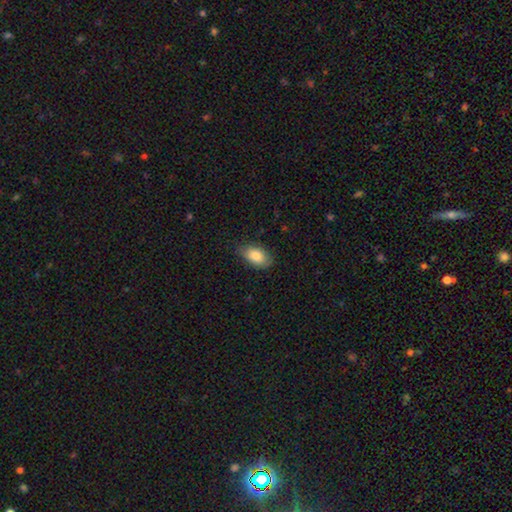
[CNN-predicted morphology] A smooth galaxy with no disk features (85%) that is in between round and cigar-shaped (92%). Merging: none (80%).